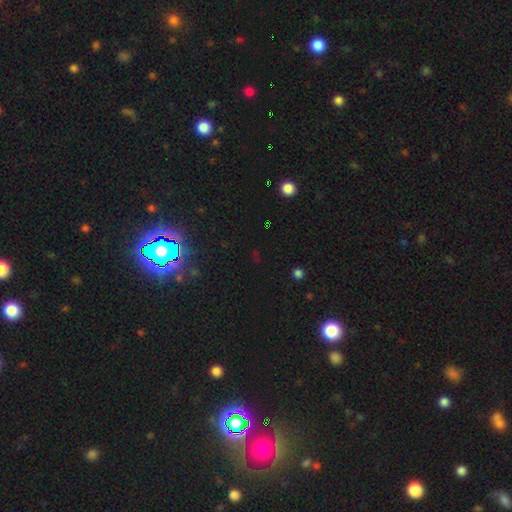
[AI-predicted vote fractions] Smooth or featured? Predicted: star or artifact (p=0.68).